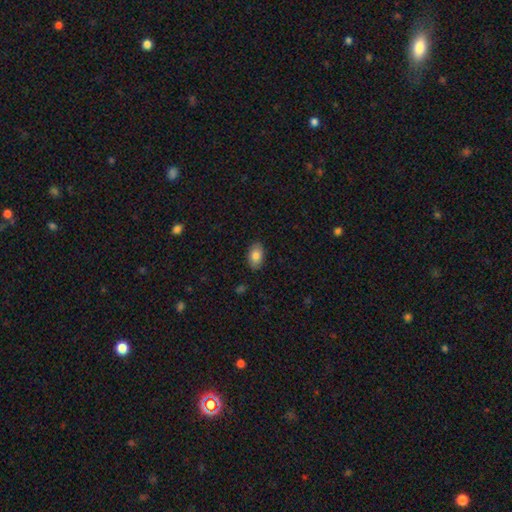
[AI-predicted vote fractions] smooth 83%, featured or disk 10%, star or artifact 7%. Down the decision tree: how rounded — in between (91%); merging — none (88%).